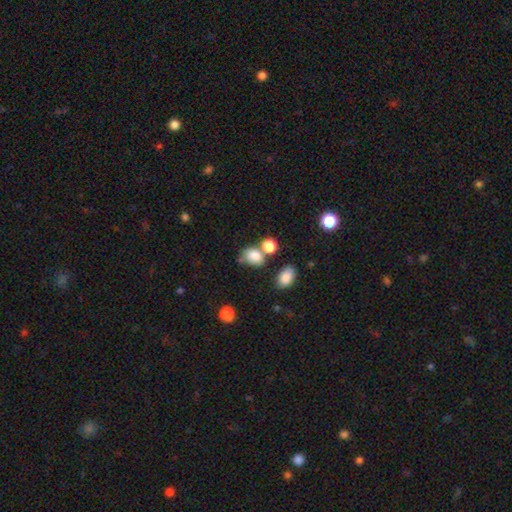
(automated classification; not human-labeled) The model was most divided on "merging": none: 52%, merger: 28%, minor disturbance: 14%, major disturbance: 6%. More confident: smooth or featured — smooth (81%); how rounded — in between (65%).